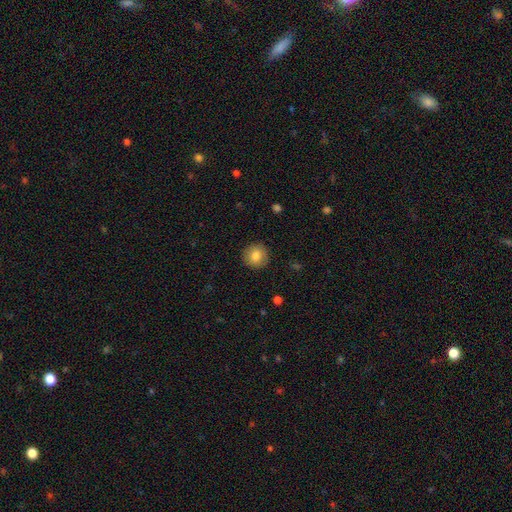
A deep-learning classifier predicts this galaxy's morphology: A smooth galaxy with no disk features (82%) that is round (94%). Merging: none (91%).